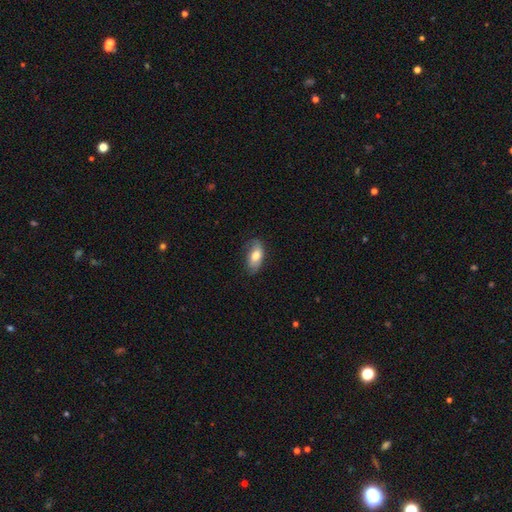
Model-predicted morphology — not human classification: smooth_or_featured: smooth (p=0.70) [alt: featured or disk p=0.24]
how_rounded: in between (p=0.91) [alt: cigar-shaped p=0.04]
merging: none (p=0.70) [alt: minor disturbance p=0.23]